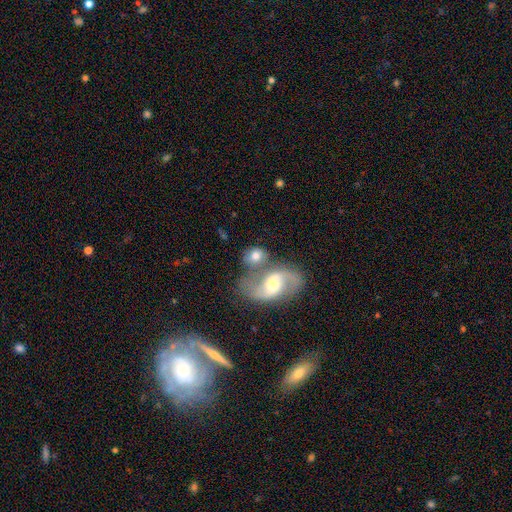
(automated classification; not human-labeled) A featured or disk galaxy (49%). Merging: none (41%).